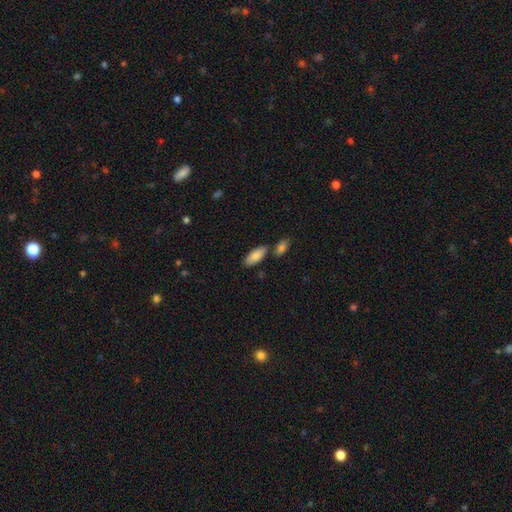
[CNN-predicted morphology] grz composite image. It shows a smooth galaxy with no disk features (85%) that is in between round and cigar-shaped (83%). Merging: none (72%).